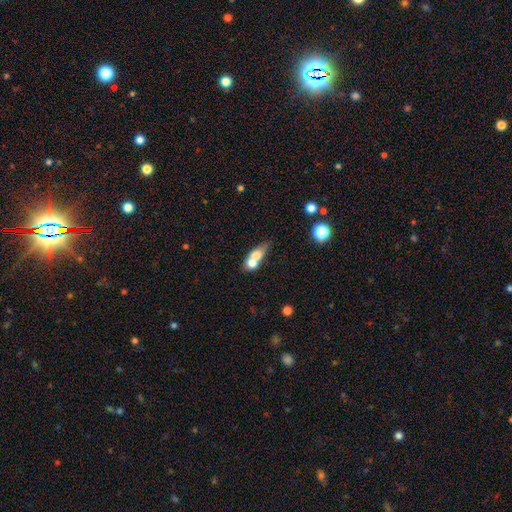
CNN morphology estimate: Smooth or featured?
  - smooth: 64% *
  - featured or disk: 27%
  - star or artifact: 9%
How rounded?
  - in between: 52% *
  - round: 28%
  - cigar-shaped: 19%
Merging?
  - merger: 58% *
  - none: 26%
  - minor disturbance: 9%
  - major disturbance: 6%